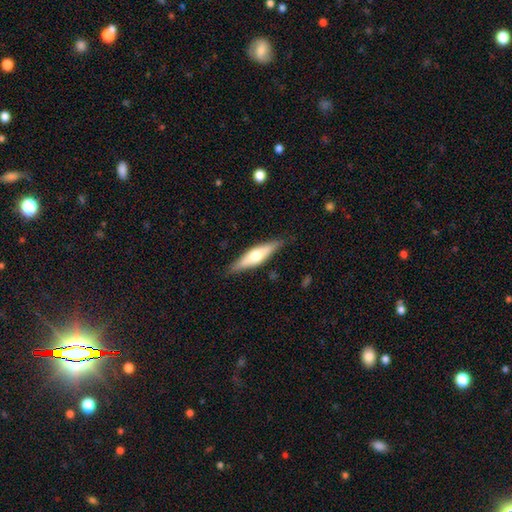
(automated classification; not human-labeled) Smooth or featured: featured or disk — 51% (smooth — 43%)
Edge-on disk: yes — 91% (no — 9%)
Merging: none — 85% (minor disturbance — 11%)